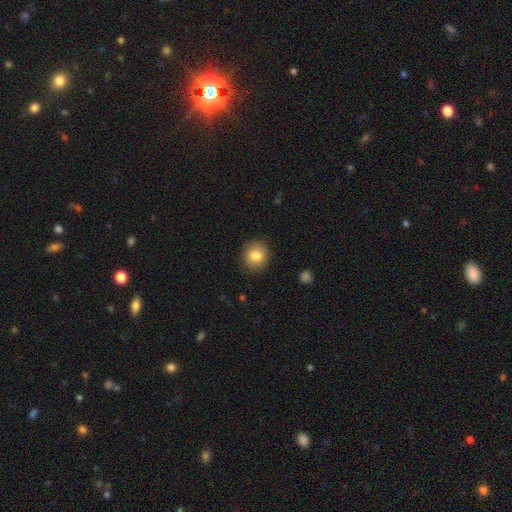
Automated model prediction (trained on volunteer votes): Smooth or featured?
  - smooth: 84% *
  - star or artifact: 9%
  - featured or disk: 7%
How rounded?
  - round: 81% *
  - in between: 18%
  - cigar-shaped: 1%
Merging?
  - none: 89% *
  - minor disturbance: 8%
  - major disturbance: 2%
  - merger: 1%